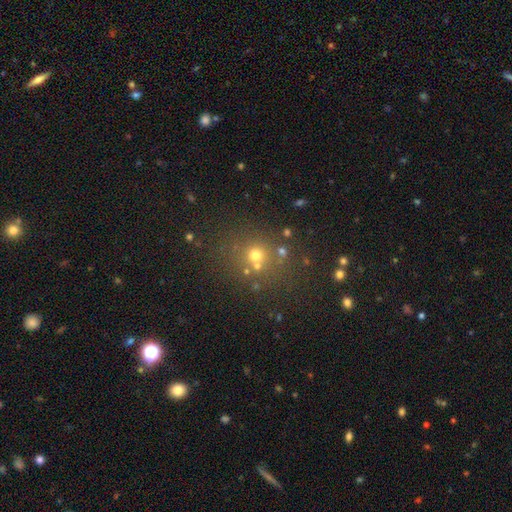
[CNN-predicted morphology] smooth 62%, star or artifact 27%, featured or disk 12%. Down the decision tree: how rounded — round (87%); merging — none (70%).